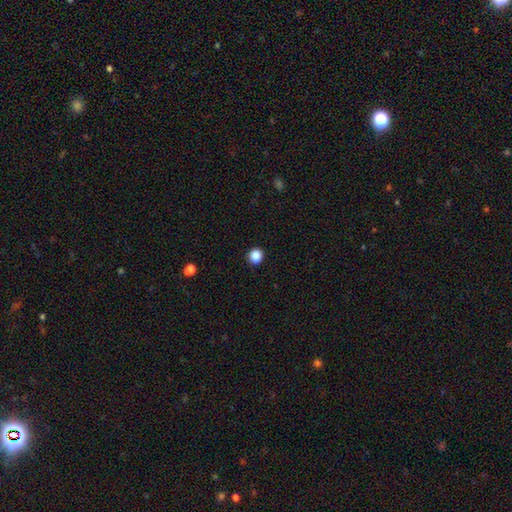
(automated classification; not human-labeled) Smooth or featured: smooth — 87% (star or artifact — 11%)
How rounded: round — 89% (in between — 10%)
Merging: none — 92% (minor disturbance — 5%)